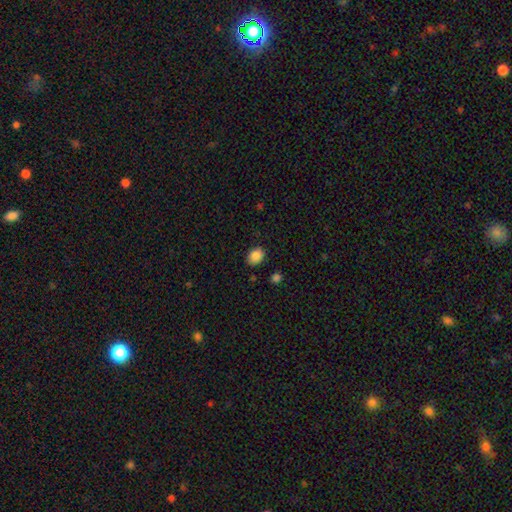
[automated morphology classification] This is clearly a smooth galaxy (87%). How rounded: likely in between (61%). Merging: clearly none (84%).